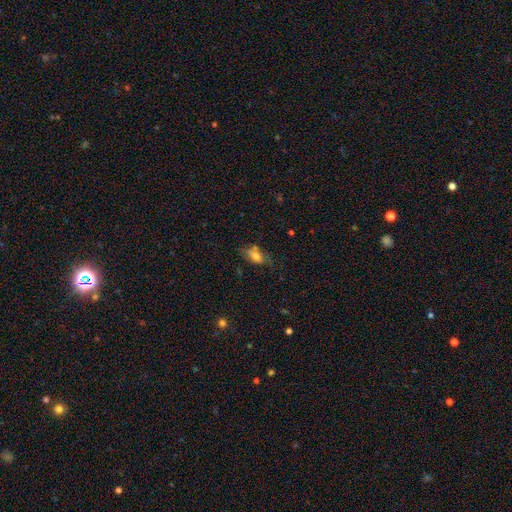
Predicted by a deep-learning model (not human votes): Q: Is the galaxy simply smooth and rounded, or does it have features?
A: smooth — 67%.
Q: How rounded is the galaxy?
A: in between — 83%.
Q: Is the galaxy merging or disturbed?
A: none — 59%.